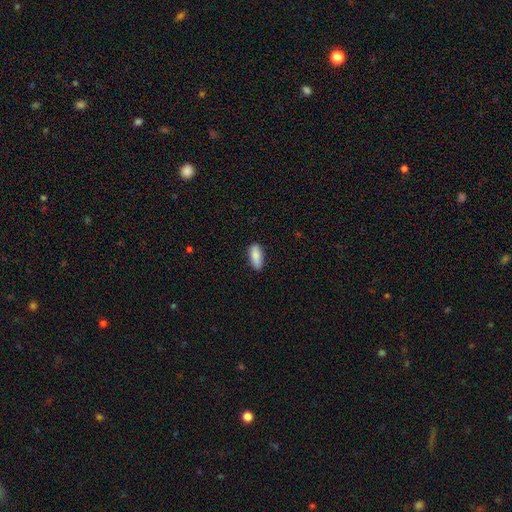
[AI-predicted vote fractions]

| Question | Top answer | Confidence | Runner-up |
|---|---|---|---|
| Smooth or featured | smooth | 86% | featured or disk (7%) |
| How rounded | in between | 77% | cigar-shaped (21%) |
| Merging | none | 83% | minor disturbance (14%) |